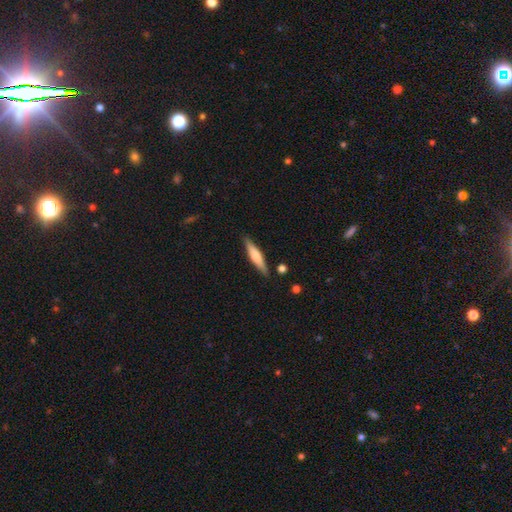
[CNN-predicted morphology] smooth 53%, featured or disk 41%, star or artifact 6%. Down the decision tree: how rounded — cigar-shaped (84%); merging — none (87%).